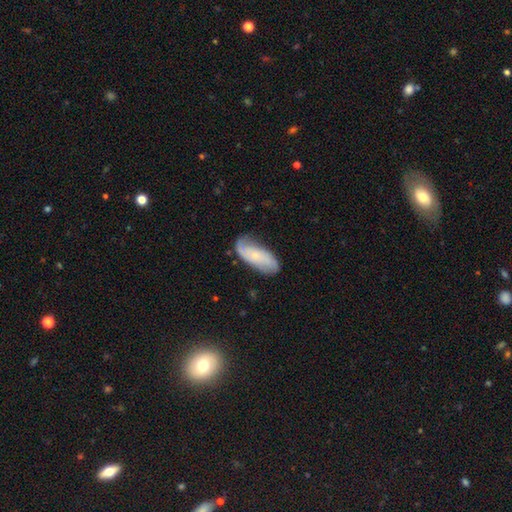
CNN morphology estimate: A featured or disk galaxy (48%). Merging: none (62%).